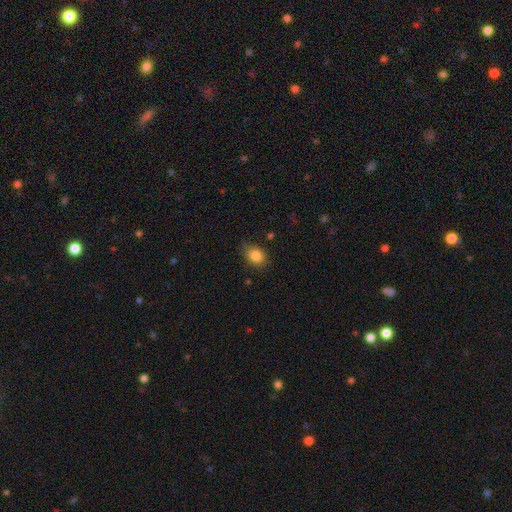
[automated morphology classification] type=smooth (84%); roundness=in between (63%); merging=none (80%).